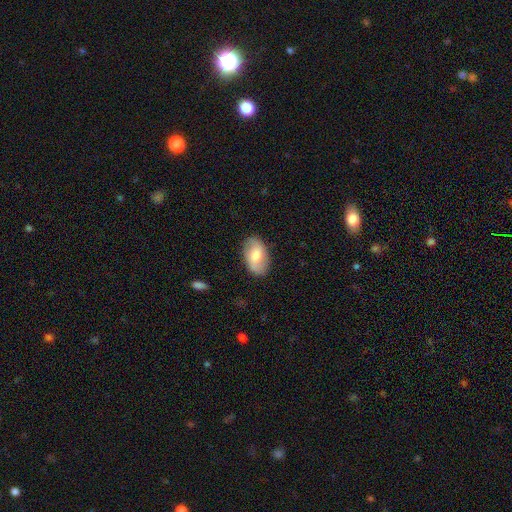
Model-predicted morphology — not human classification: This appears to be a smooth galaxy with no disk features (63%) that is in between round and cigar-shaped (93%). Merging: none (83%).